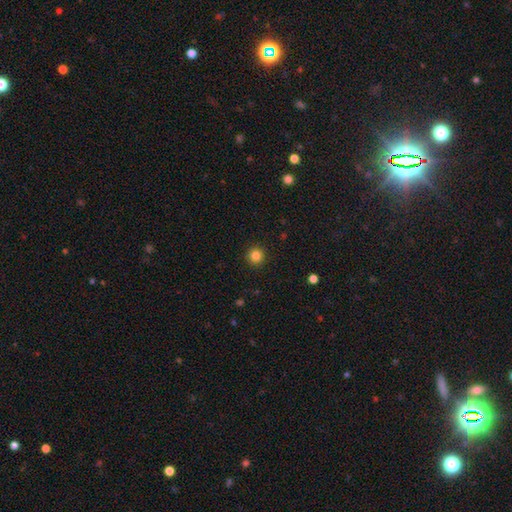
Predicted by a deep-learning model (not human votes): This is clearly a smooth galaxy (84%). How rounded: clearly round (95%). Merging: clearly none (92%).